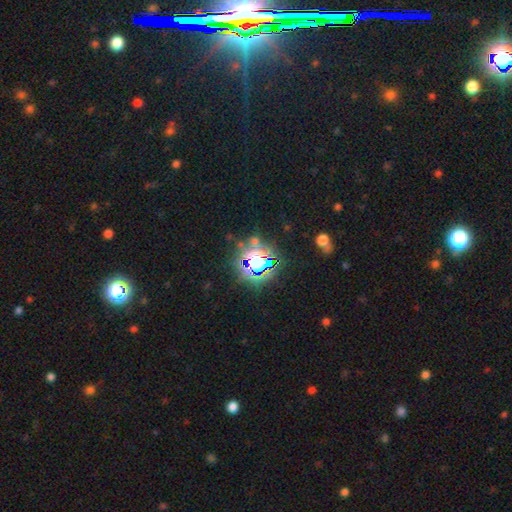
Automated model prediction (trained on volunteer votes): smooth_or_featured: star or artifact (p=0.82) [alt: smooth p=0.11]